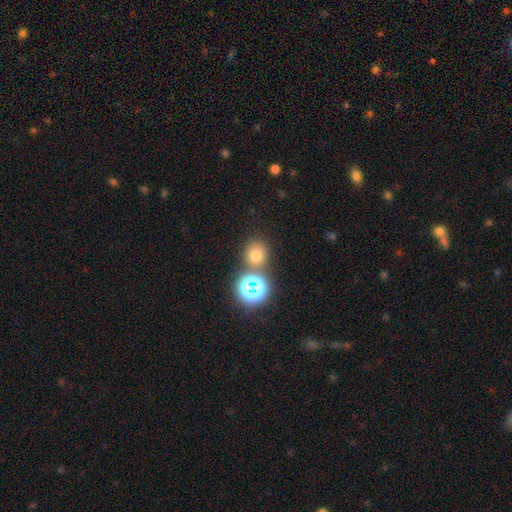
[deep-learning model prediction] Q: Smooth or featured?
A: smooth (67%); runner-up: star or artifact (25%)
Q: How rounded?
A: round (80%); runner-up: in between (19%)
Q: Merging?
A: none (71%); runner-up: merger (17%)